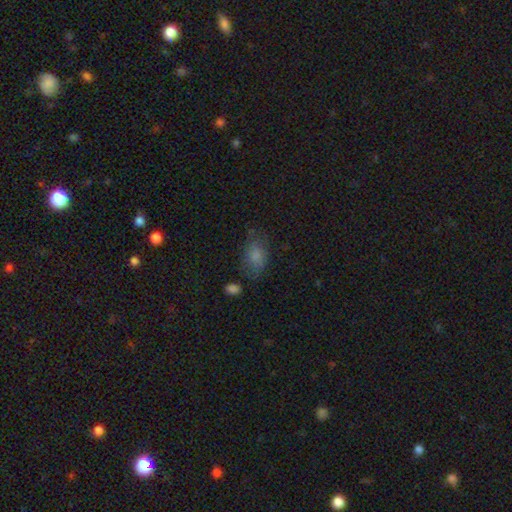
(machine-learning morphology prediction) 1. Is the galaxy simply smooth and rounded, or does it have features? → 78% smooth, 12% featured or disk, 10% star or artifact.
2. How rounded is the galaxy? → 87% in between, 11% round, 2% cigar-shaped.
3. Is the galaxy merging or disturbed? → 60% none, 26% minor disturbance, 11% major disturbance, 4% merger.